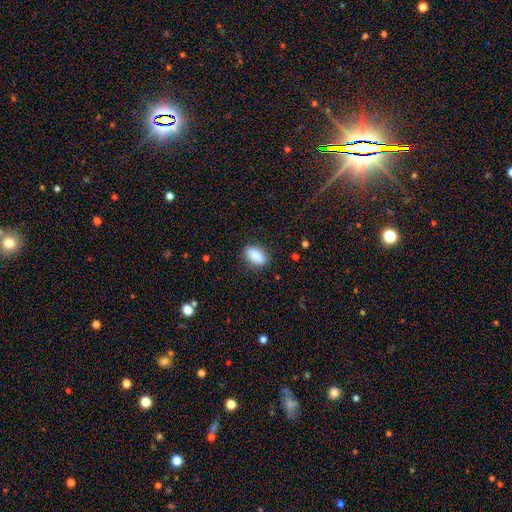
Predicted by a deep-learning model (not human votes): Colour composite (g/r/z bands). It shows a smooth galaxy with no disk features (88%) that is in between round and cigar-shaped (88%). Merging: none (85%).